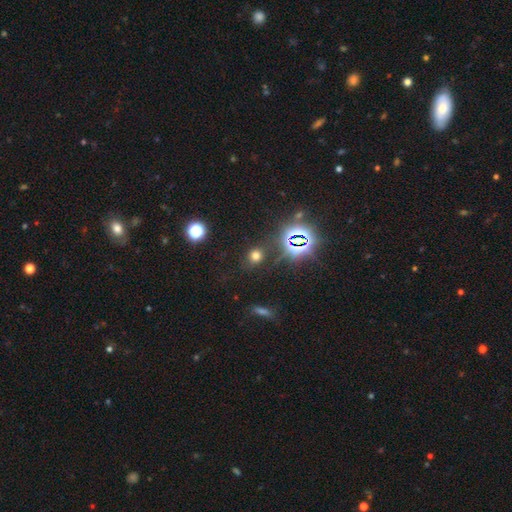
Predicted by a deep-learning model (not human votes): Morphology: type=smooth (60%); roundness=round (76%); merging=none (79%).